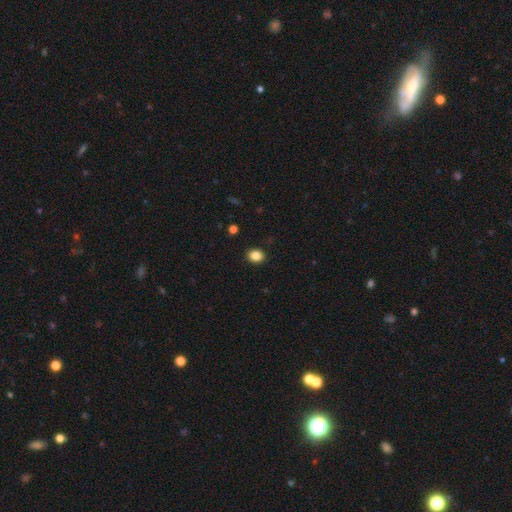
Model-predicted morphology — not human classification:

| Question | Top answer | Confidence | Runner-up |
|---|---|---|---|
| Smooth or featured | smooth | 86% | star or artifact (10%) |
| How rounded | round | 50% | in between (49%) |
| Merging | none | 90% | minor disturbance (7%) |